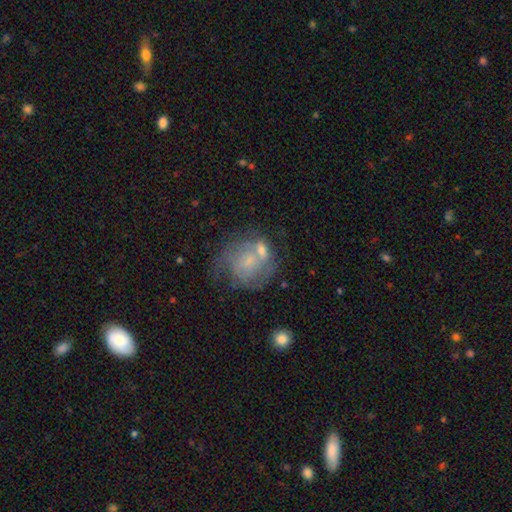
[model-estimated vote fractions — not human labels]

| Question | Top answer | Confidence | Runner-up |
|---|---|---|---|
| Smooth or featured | featured or disk | 60% | smooth (29%) |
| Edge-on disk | no | 98% | yes (2%) |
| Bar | no | 71% | weak (24%) |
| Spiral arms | yes | 72% | no (28%) |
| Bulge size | small | 53% | moderate (23%) |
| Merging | none | 45% | merger (20%) |